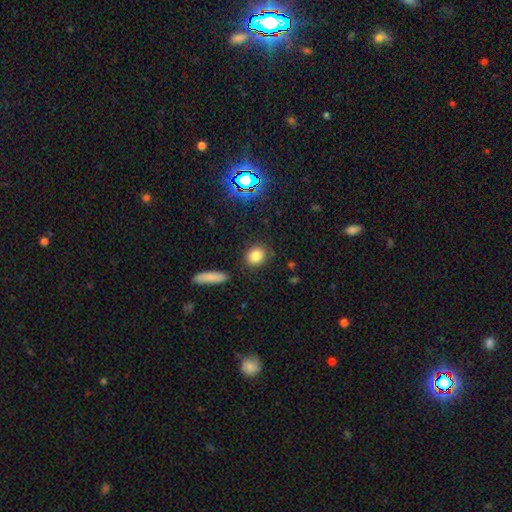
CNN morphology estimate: Smooth or featured? Predicted: smooth (p=0.80). How rounded? Predicted: round (p=0.69). Merging? Predicted: none (p=0.85).